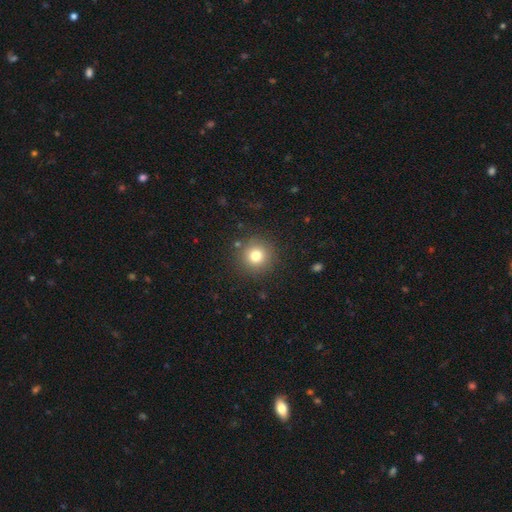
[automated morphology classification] smooth-or-featured: smooth: 78% | star or artifact: 13% | featured or disk: 9%
  how-rounded: round: 95% | in between: 4% | cigar-shaped: 1%
  merging: none: 89% | minor disturbance: 7% | major disturbance: 3% | merger: 2%